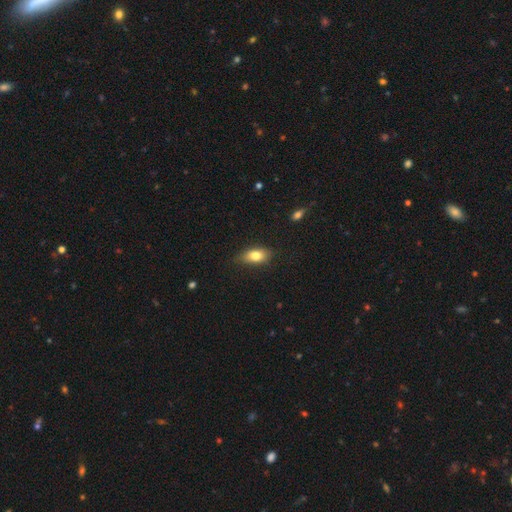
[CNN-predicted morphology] The model was most divided on "merging": none: 78%, minor disturbance: 18%, major disturbance: 3%, merger: 1%. More confident: how rounded — in between (85%); smooth or featured — smooth (78%).